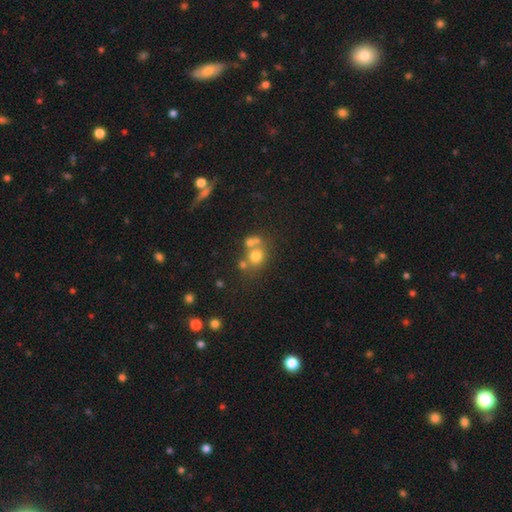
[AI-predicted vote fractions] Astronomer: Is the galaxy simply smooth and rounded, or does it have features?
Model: smooth — 68%.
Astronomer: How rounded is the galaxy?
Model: round — 80%.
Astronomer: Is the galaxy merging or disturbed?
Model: none — 49% (runner-up: merger, 36%).